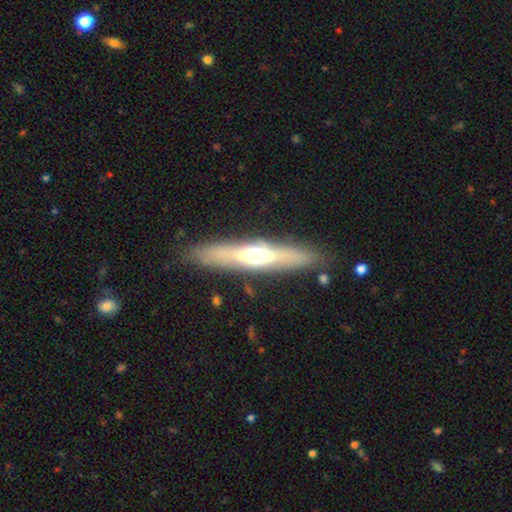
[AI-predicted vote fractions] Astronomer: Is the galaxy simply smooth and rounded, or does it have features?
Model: featured or disk — 60%.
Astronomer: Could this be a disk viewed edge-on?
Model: yes — 84%.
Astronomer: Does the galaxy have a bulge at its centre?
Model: rounded — 87%.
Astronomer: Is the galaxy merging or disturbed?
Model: none — 85%.